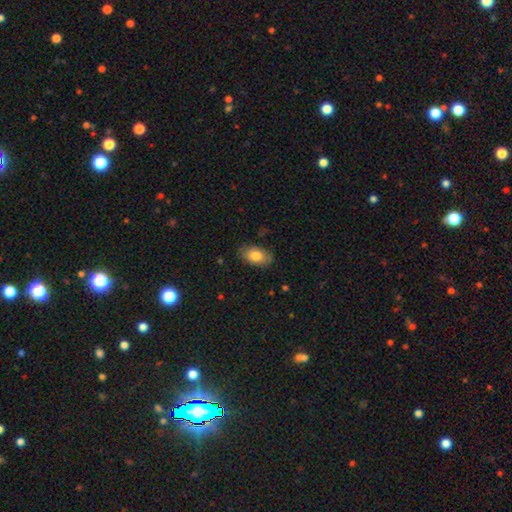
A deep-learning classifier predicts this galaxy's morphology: A smooth galaxy with no disk features (81%) that is in between round and cigar-shaped (92%). Merging: none (82%).